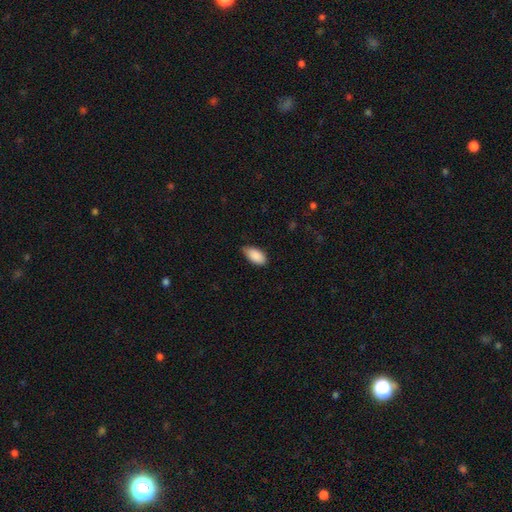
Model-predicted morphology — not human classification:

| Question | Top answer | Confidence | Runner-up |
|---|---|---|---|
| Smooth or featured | smooth | 89% | star or artifact (6%) |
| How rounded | in between | 94% | cigar-shaped (4%) |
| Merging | none | 67% | minor disturbance (29%) |